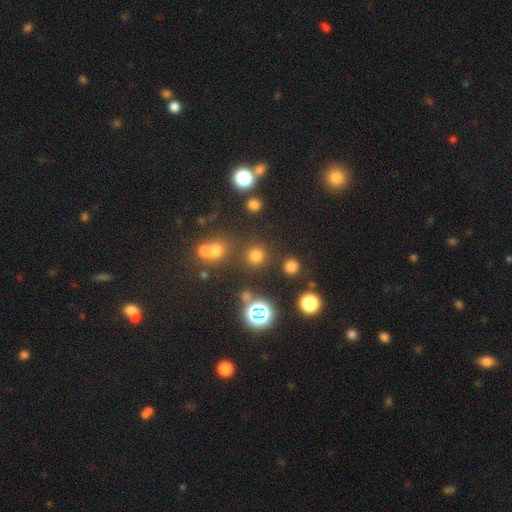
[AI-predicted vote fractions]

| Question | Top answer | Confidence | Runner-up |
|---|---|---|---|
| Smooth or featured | smooth | 68% | star or artifact (25%) |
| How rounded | round | 93% | in between (6%) |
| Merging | none | 82% | merger (7%) |